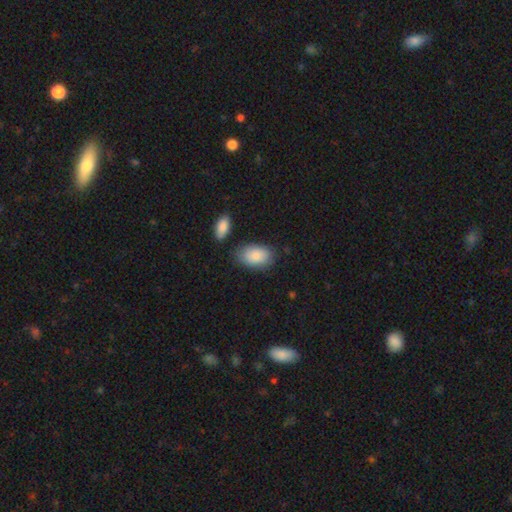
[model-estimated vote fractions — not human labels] smooth_or_featured: smooth (p=0.85) [alt: featured or disk p=0.09]
how_rounded: in between (p=0.92) [alt: round p=0.07]
merging: none (p=0.73) [alt: minor disturbance p=0.17]